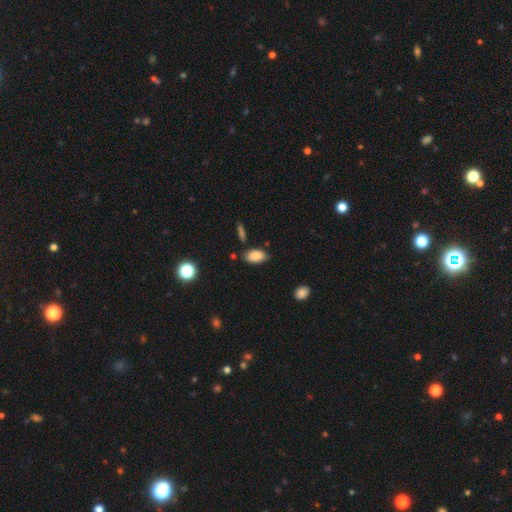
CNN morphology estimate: Overall: smooth (85%). How rounded: in between (93%). Merging: none (75%).